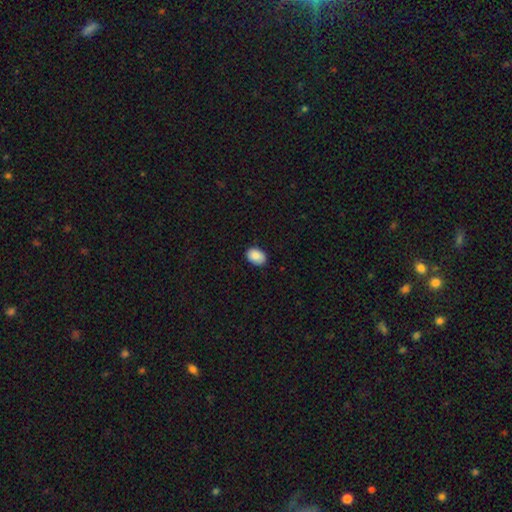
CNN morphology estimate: smooth 89%, star or artifact 7%, featured or disk 4%. Down the decision tree: how rounded — in between (83%); merging — none (85%).